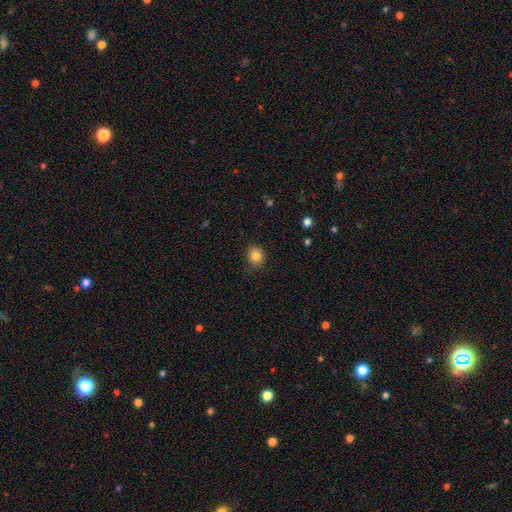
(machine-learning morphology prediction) Q: Smooth or featured?
A: smooth (84%); runner-up: star or artifact (11%)
Q: How rounded?
A: round (79%); runner-up: in between (20%)
Q: Merging?
A: none (83%); runner-up: minor disturbance (13%)